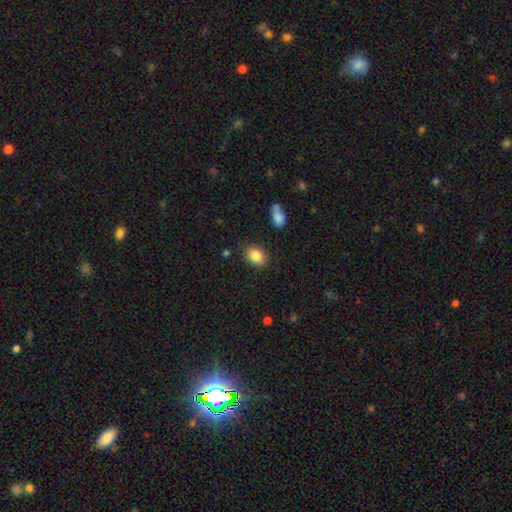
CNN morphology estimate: Smooth or featured? smooth (86%)
How rounded? in between (72%)
Merging? none (84%)